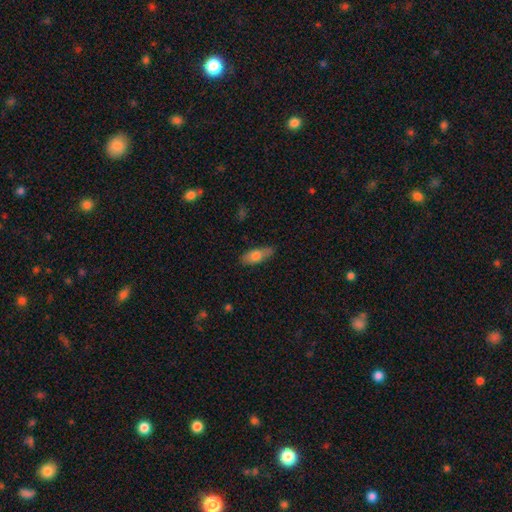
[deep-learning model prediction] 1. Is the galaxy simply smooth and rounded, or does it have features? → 73% smooth, 21% featured or disk, 7% star or artifact.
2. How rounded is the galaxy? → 73% in between, 24% cigar-shaped, 3% round.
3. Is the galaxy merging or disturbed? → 76% none, 19% minor disturbance, 3% major disturbance, 2% merger.